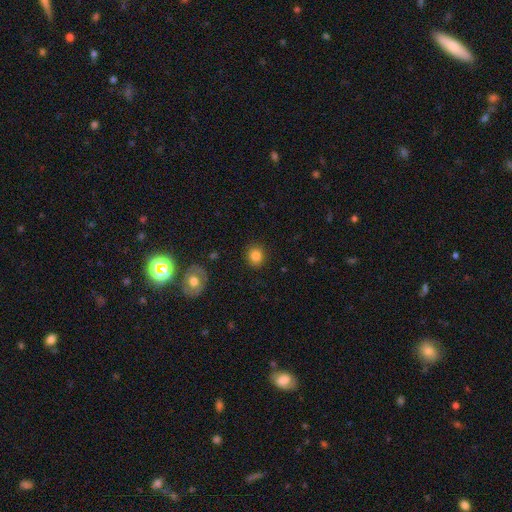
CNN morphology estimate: type=smooth (83%); roundness=round (82%); merging=none (90%).